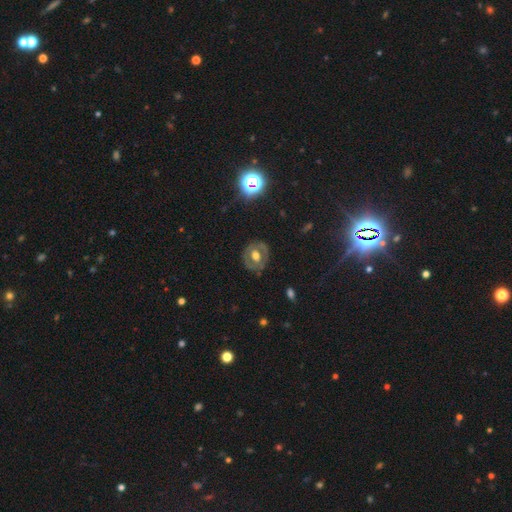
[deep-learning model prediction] This is possibly a featured or disk galaxy (57%). It is clearly not viewed edge-on (95%). Bar: likely no (66%). Spiral arm pattern: likely no (78%). Central bulge: likely moderate (62%). Merging: likely none (80%).